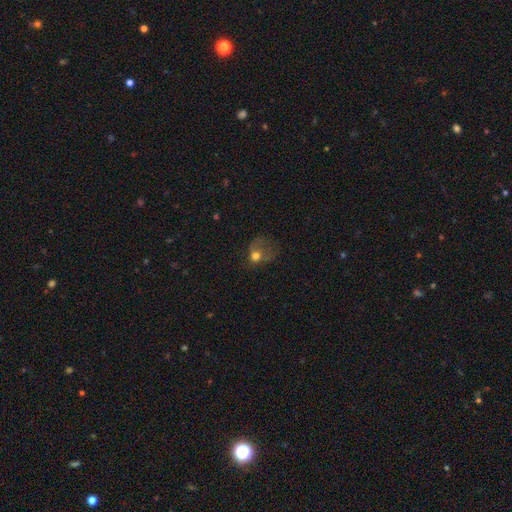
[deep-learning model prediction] Q: Smooth or featured?
A: smooth (60%); runner-up: featured or disk (25%)
Q: How rounded?
A: round (59%); runner-up: in between (39%)
Q: Merging?
A: major disturbance (54%); runner-up: none (21%)